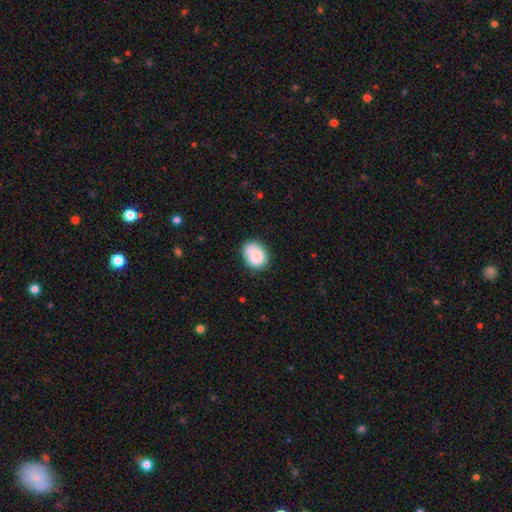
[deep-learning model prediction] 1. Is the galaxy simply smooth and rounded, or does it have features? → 82% smooth, 10% featured or disk, 8% star or artifact.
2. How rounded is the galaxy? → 56% in between, 43% round, 1% cigar-shaped.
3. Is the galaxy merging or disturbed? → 66% none, 23% minor disturbance, 6% major disturbance, 5% merger.